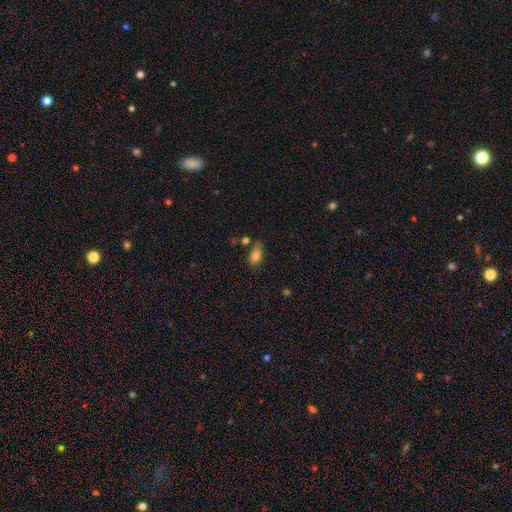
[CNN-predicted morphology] Q: Smooth or featured?
A: smooth (79%); runner-up: star or artifact (11%)
Q: How rounded?
A: in between (88%); runner-up: round (8%)
Q: Merging?
A: none (54%); runner-up: minor disturbance (24%)